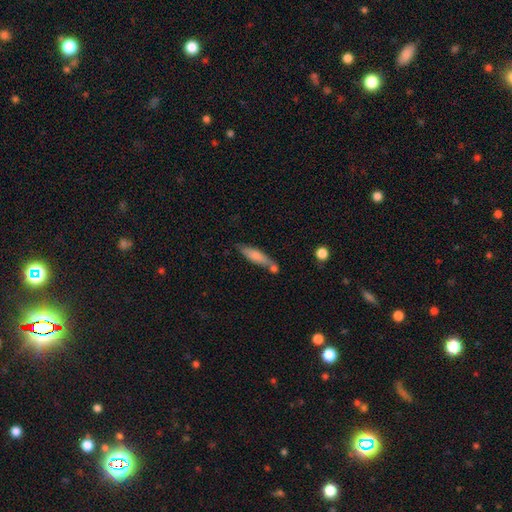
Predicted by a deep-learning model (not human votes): smooth_or_featured: smooth (p=0.71) [alt: featured or disk p=0.22]
how_rounded: cigar-shaped (p=0.71) [alt: in between p=0.27]
merging: none (p=0.55) [alt: merger p=0.21]